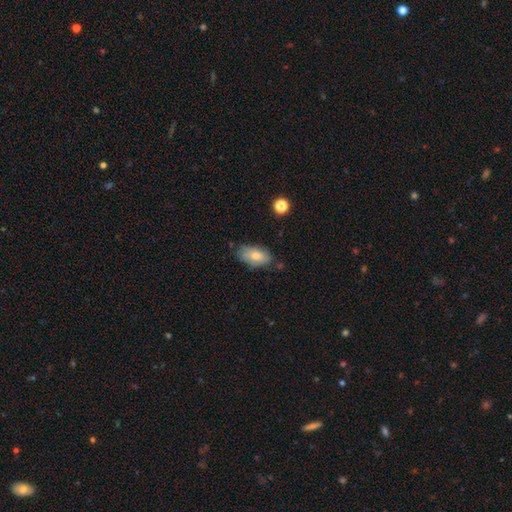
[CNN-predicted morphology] The model was most divided on "smooth or featured": smooth: 68%, featured or disk: 24%, star or artifact: 8%. More confident: how rounded — in between (92%); merging — none (69%).